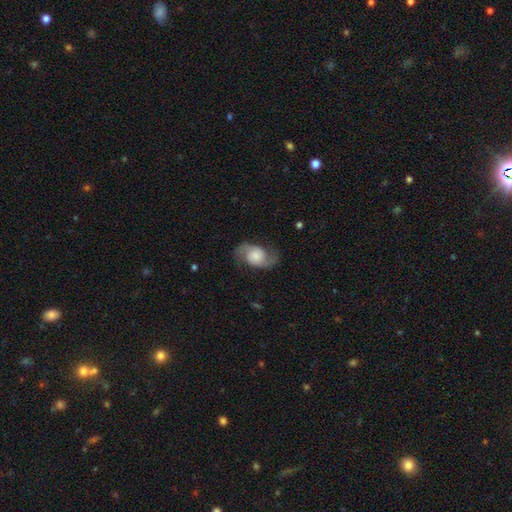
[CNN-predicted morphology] Smooth or featured?
  - featured or disk: 76% *
  - smooth: 17%
  - star or artifact: 7%
Edge-on disk?
  - no: 97% *
  - yes: 3%
Bar?
  - no: 69% *
  - weak: 26%
  - strong: 5%
Spiral arms?
  - yes: 95% *
  - no: 5%
Spiral winding?
  - medium: 46% *
  - loose: 40%
  - tight: 14%
Spiral arm count?
  - 2: 93% *
  - can't tell: 3%
  - 1: 2%
  - 3: 1%
  - 4: 1%
  - more than 4: 1%
Bulge size?
  - moderate: 27% * (tied)
  - small: 27% * (tied)
  - large: 25%
  - none: 14%
  - dominant: 7%
Merging?
  - none: 76% *
  - minor disturbance: 15%
  - major disturbance: 7%
  - merger: 1%